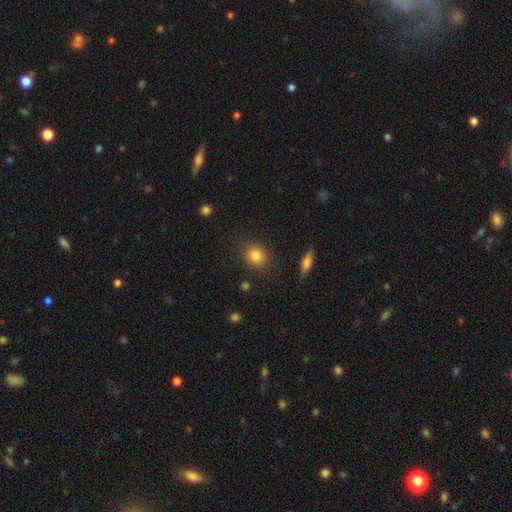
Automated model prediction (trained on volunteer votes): Smooth or featured? smooth (85%)
How rounded? round (74%)
Merging? none (86%)